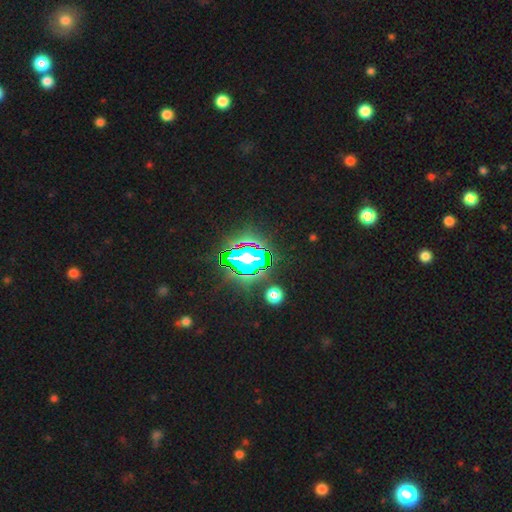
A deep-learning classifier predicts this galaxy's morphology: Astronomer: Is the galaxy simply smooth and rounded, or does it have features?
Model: star or artifact — 76%.